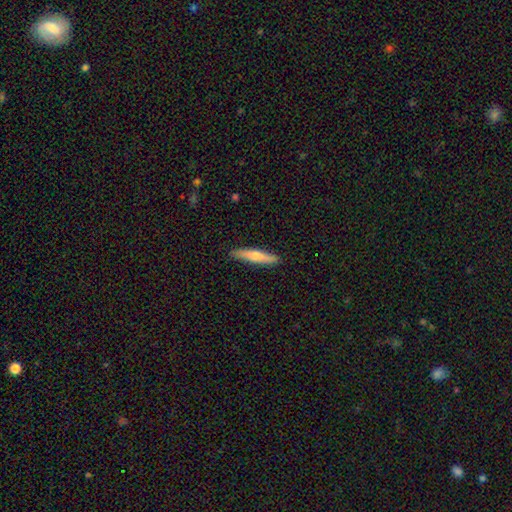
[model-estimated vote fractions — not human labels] Overall: smooth (54%; featured or disk 40%). How rounded: cigar-shaped (90%). Merging: none (90%).